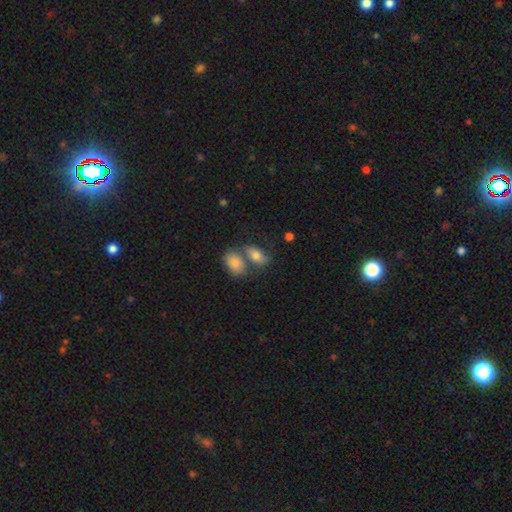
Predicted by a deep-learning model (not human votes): A smooth galaxy with no disk features (73%) that is in between round and cigar-shaped (83%). Merging: merger (43%).